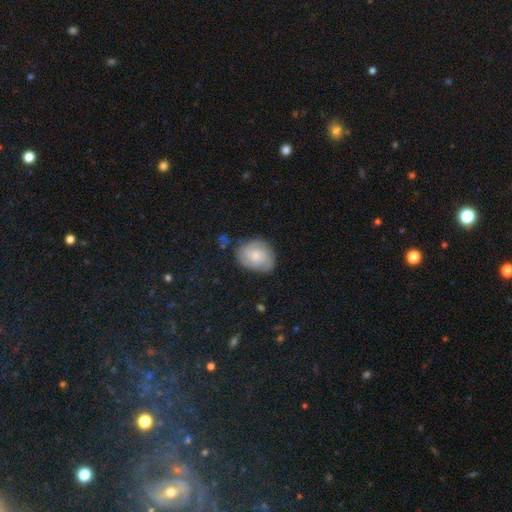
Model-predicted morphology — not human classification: Smooth or featured?
  - featured or disk: 56% *
  - smooth: 37%
  - star or artifact: 7%
Edge-on disk?
  - no: 98% *
  - yes: 2%
Bar?
  - no: 71% *
  - weak: 26%
  - strong: 3%
Spiral arms?
  - yes: 89% *
  - no: 11%
Bulge size?
  - small: 49% *
  - moderate: 39%
  - none: 6%
  - large: 4%
  - dominant: 1%
Merging?
  - none: 70% *
  - minor disturbance: 21%
  - major disturbance: 6%
  - merger: 2%